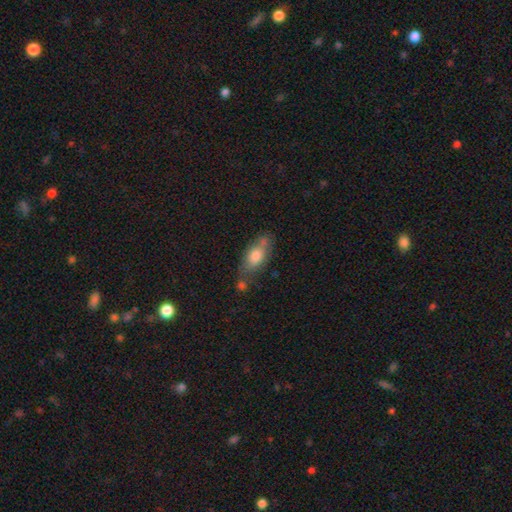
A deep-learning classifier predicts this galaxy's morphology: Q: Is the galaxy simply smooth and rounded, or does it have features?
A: smooth — 70%.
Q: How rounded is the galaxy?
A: in between — 76%.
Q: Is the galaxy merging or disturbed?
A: none — 51%.